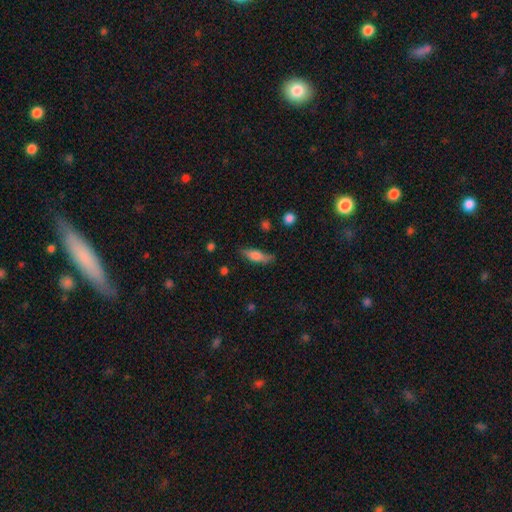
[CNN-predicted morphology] smooth_or_featured: smooth (p=0.68) [alt: featured or disk p=0.24]
how_rounded: in between (p=0.50) [alt: cigar-shaped p=0.47]
merging: none (p=0.71) [alt: minor disturbance p=0.21]